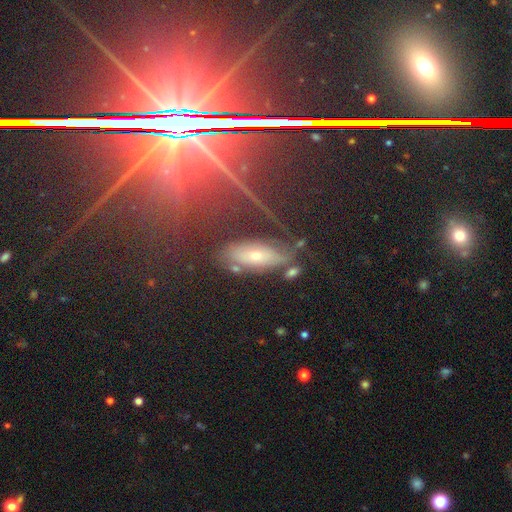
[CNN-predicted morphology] smooth-or-featured: featured or disk: 41% | smooth: 33% | star or artifact: 26%
  merging: none: 72% | minor disturbance: 17% | major disturbance: 6% | merger: 4%